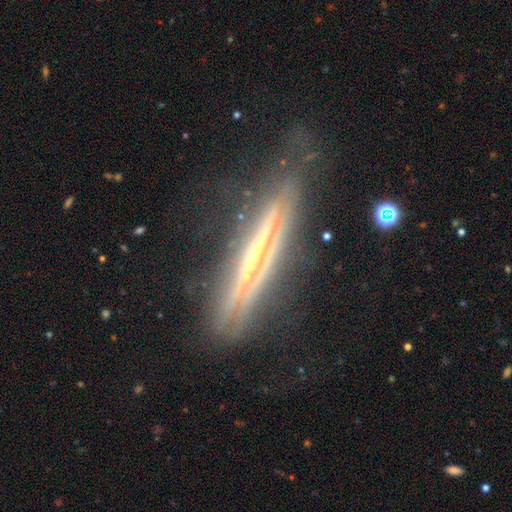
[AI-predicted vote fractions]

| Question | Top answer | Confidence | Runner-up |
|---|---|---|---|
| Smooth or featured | featured or disk | 80% | smooth (13%) |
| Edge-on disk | yes | 89% | no (11%) |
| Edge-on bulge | rounded | 46% | none (45%) |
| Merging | none | 64% | minor disturbance (23%) |